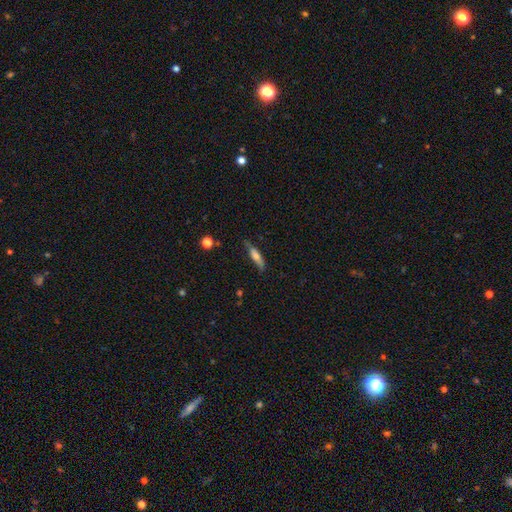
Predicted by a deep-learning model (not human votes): Overall: smooth (60%; featured or disk 32%). How rounded: cigar-shaped (69%). Merging: none (60%; minor disturbance 29%).